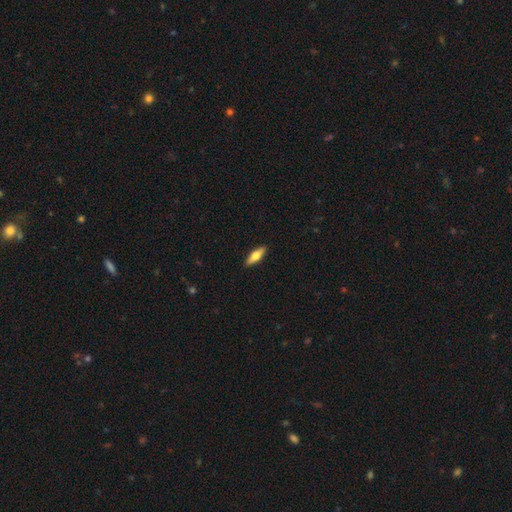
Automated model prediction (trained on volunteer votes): Smooth or featured: smooth — 60% (featured or disk — 34%)
How rounded: in between — 53% (cigar-shaped — 44%)
Merging: none — 91% (minor disturbance — 7%)